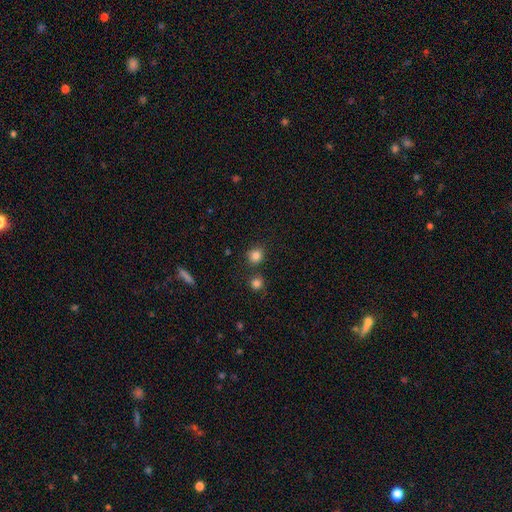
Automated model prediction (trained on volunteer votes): Smooth or featured?
  - smooth: 83% *
  - star or artifact: 12%
  - featured or disk: 5%
How rounded?
  - round: 84% *
  - in between: 15%
  - cigar-shaped: 1%
Merging?
  - none: 79% *
  - minor disturbance: 10%
  - merger: 8%
  - major disturbance: 3%